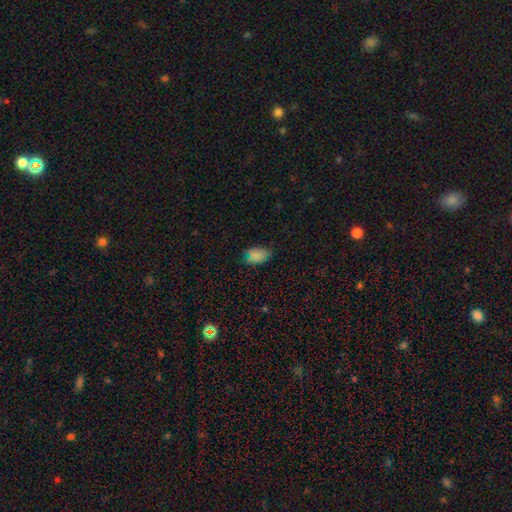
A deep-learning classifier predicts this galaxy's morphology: Smooth or featured? smooth (80%)
How rounded? in between (89%)
Merging? none (65%)